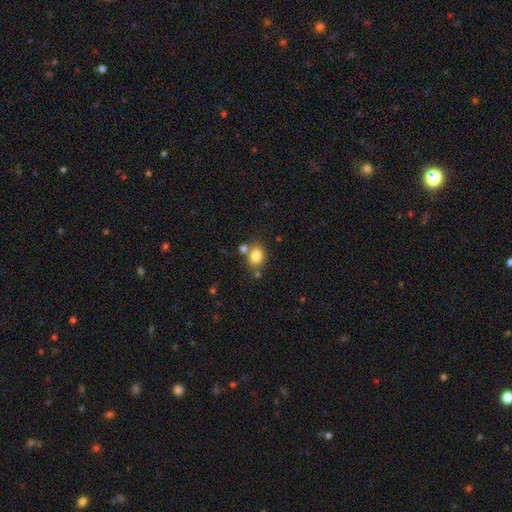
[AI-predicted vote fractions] A smooth galaxy with no disk features (82%) that is round (50%). Merging: none (67%).